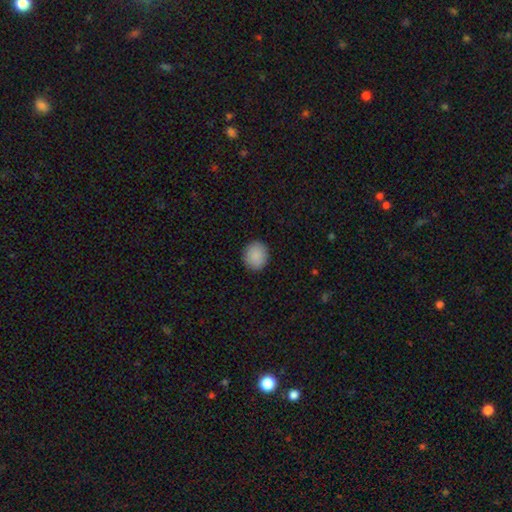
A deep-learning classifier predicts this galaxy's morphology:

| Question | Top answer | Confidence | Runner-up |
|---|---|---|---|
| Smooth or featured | smooth | 90% | star or artifact (7%) |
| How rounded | round | 81% | in between (18%) |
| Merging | none | 91% | minor disturbance (6%) |